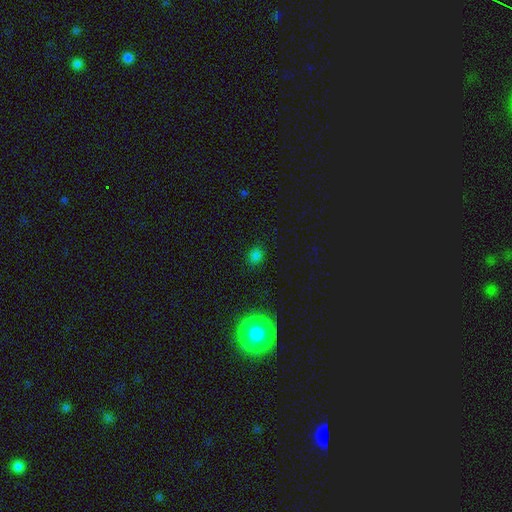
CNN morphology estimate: Smooth or featured?
  - smooth: 75% *
  - star or artifact: 21%
  - featured or disk: 4%
How rounded?
  - round: 57% *
  - in between: 41%
  - cigar-shaped: 1%
Merging?
  - none: 87% *
  - minor disturbance: 9%
  - major disturbance: 3%
  - merger: 1%